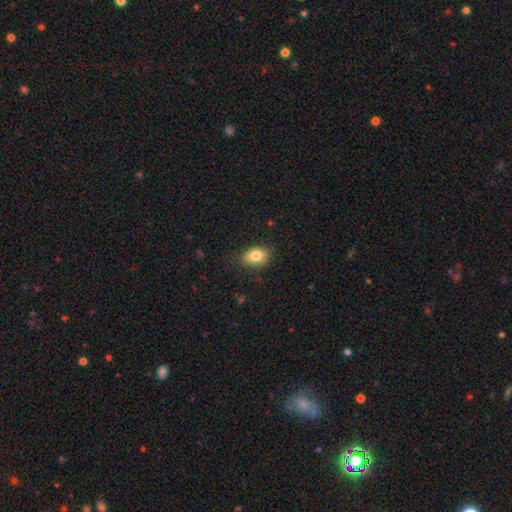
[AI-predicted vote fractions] A smooth galaxy with no disk features (82%) that is in between round and cigar-shaped (76%).

Vote fractions:
- Smooth or featured? smooth: 82% / featured or disk: 9% / star or artifact: 9%
- How rounded? in between: 76% / round: 22% / cigar-shaped: 1%
- Merging? none: 78% / minor disturbance: 17% / major disturbance: 4% / merger: 1%